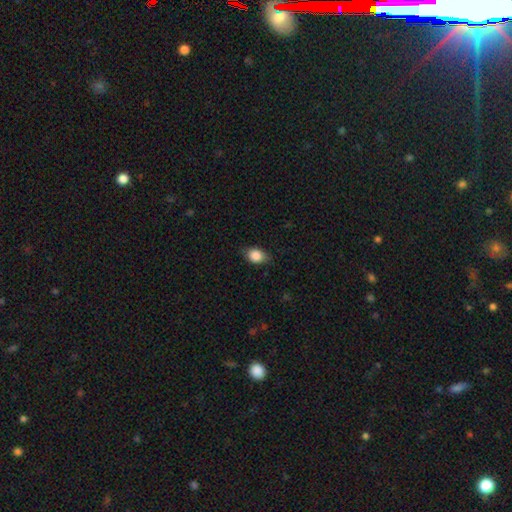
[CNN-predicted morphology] This appears to be a smooth galaxy with no disk features (86%) that is in between round and cigar-shaped (62%). Merging: none (74%).